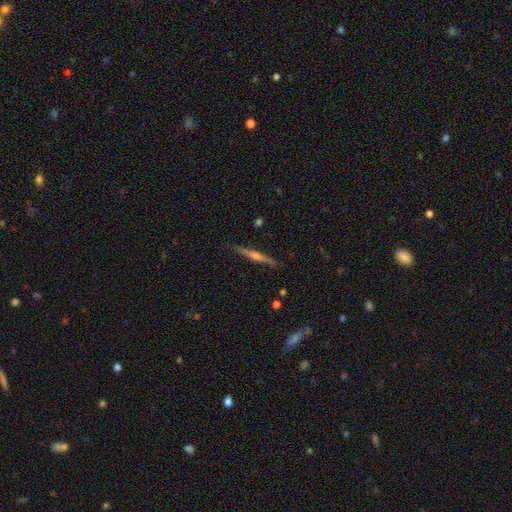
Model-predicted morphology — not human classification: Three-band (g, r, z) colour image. It shows a featured or disk galaxy (77%) viewed edge-on (98%) with a rounded central bulge (85%). Merging: none (89%).